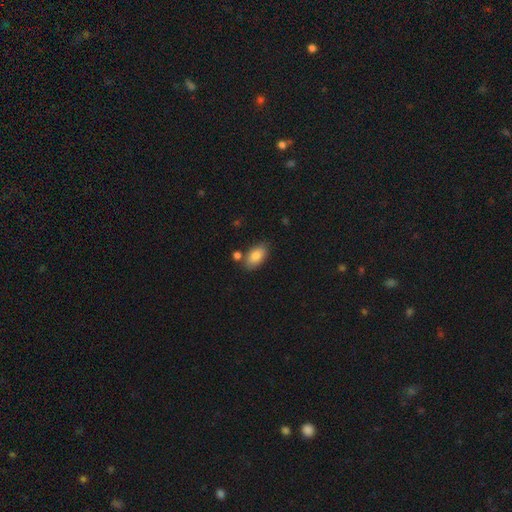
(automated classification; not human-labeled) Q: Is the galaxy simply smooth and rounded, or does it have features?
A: smooth — 86%.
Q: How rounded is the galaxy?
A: in between — 93%.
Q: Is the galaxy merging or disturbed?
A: none — 74%.